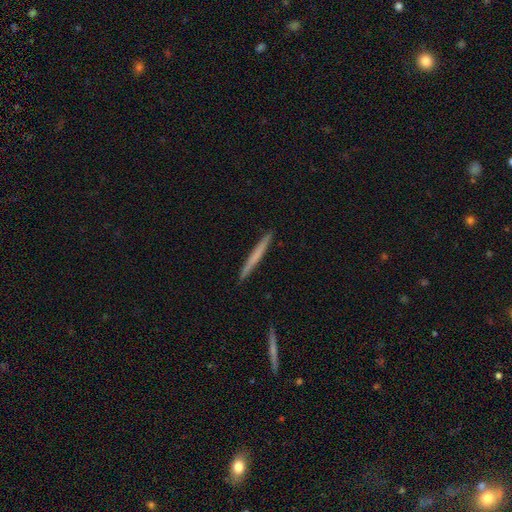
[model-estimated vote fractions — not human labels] Smooth or featured? Predicted: smooth (p=0.58). How rounded? Predicted: cigar-shaped (p=0.97). Merging? Predicted: none (p=0.93).